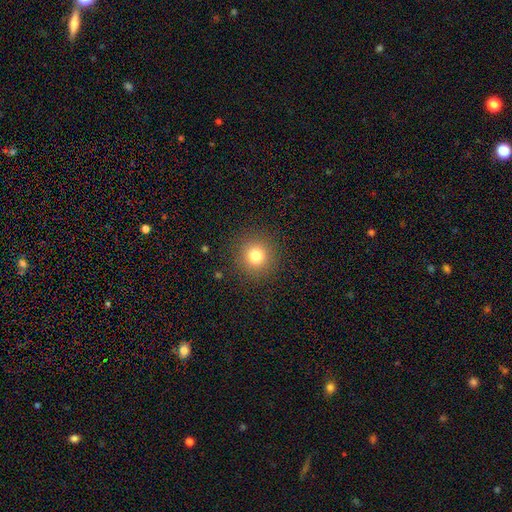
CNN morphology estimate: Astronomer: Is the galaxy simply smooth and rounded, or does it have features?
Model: smooth — 80%.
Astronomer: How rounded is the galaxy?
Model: round — 93%.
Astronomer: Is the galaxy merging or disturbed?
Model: none — 90%.